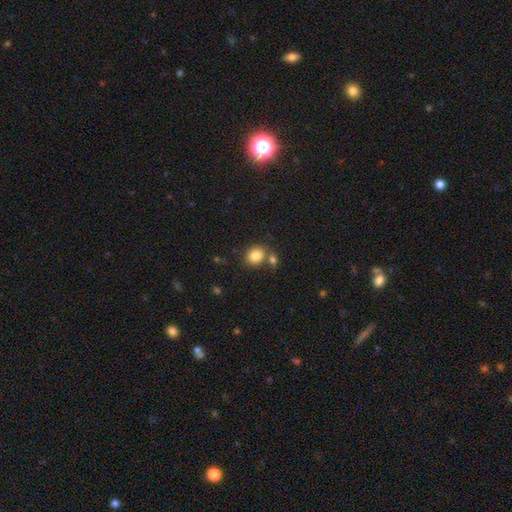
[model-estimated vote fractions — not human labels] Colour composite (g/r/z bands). It shows a smooth galaxy with no disk features (84%) that is round (67%). Merging: none (63%).